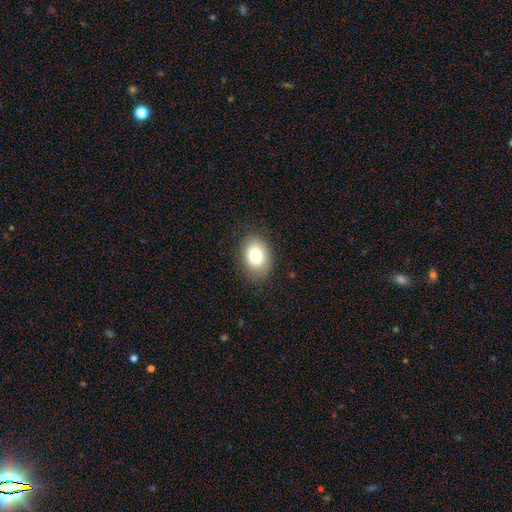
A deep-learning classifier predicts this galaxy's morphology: smooth_or_featured: smooth (p=0.81) [alt: featured or disk p=0.11]
how_rounded: in between (p=0.82) [alt: round p=0.17]
merging: none (p=0.83) [alt: minor disturbance p=0.12]